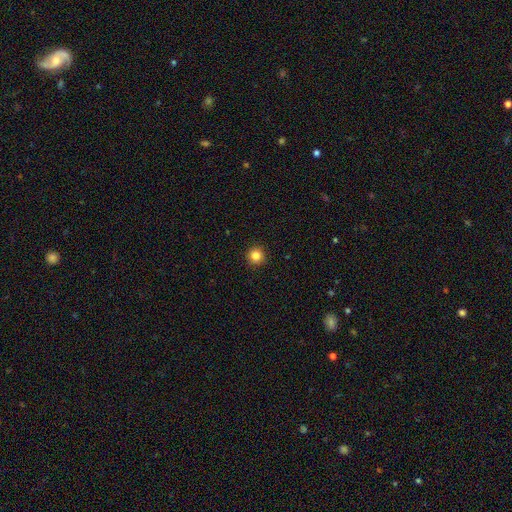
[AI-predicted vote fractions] Smooth or featured? smooth (84%)
How rounded? round (96%)
Merging? none (93%)